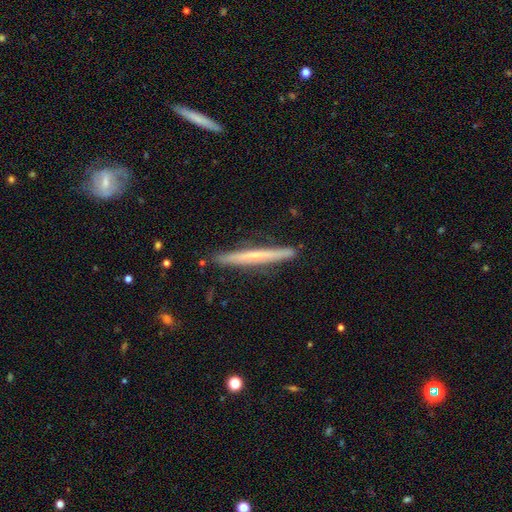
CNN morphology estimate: featured or disk 54%, smooth 40%, star or artifact 6%. Down the decision tree: edge-on disk — yes (97%); edge-on bulge — none (69%); merging — none (90%).